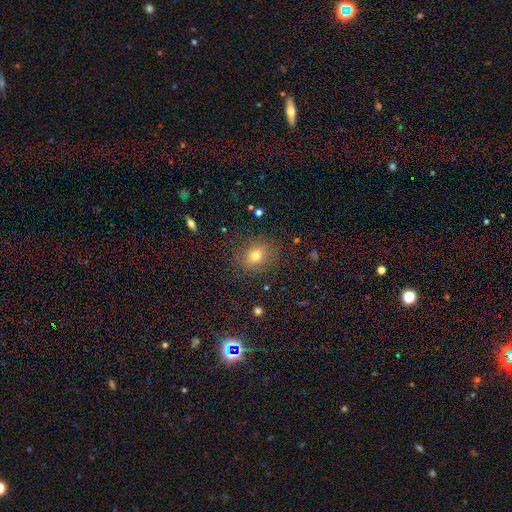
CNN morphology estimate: Smooth or featured? smooth (73%)
How rounded? round (67%)
Merging? none (83%)